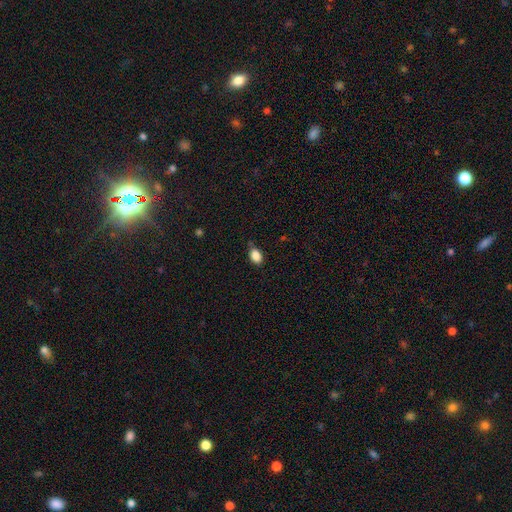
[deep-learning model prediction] Smooth or featured: smooth — 87% (star or artifact — 8%)
How rounded: in between — 83% (round — 16%)
Merging: none — 75% (minor disturbance — 19%)